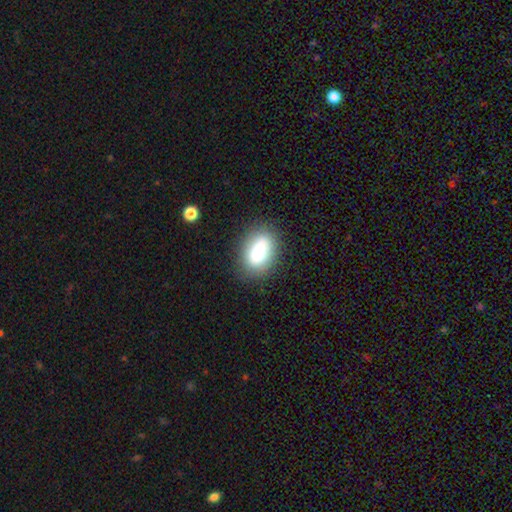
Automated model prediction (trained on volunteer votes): Morphology: type=smooth (77%); roundness=in between (81%); merging=none (78%).